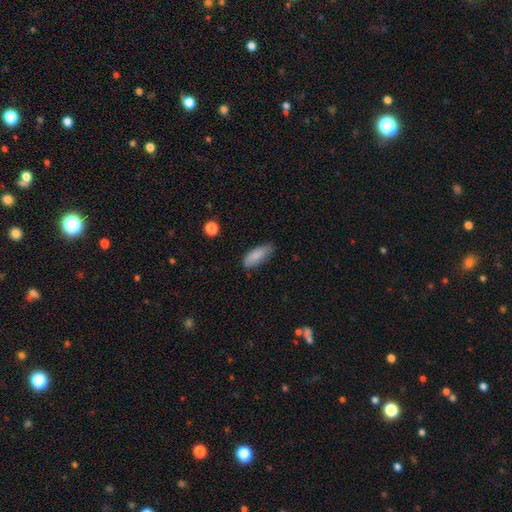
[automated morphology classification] smooth-or-featured: smooth: 86% | featured or disk: 7% | star or artifact: 7%
  how-rounded: in between: 81% | cigar-shaped: 17% | round: 2%
  merging: none: 71% | minor disturbance: 23% | major disturbance: 4% | merger: 2%